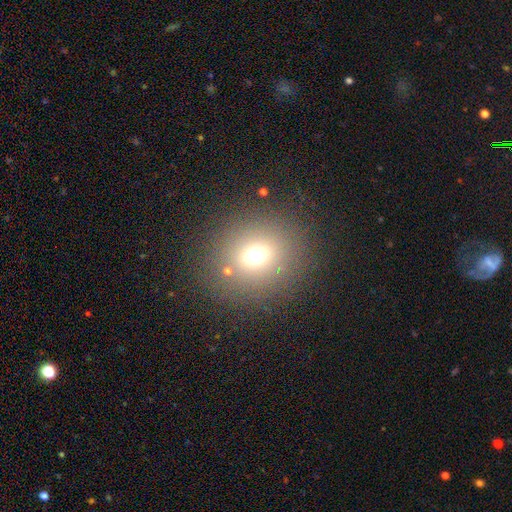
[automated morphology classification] Q: Smooth or featured?
A: smooth (68%); runner-up: star or artifact (20%)
Q: How rounded?
A: round (75%); runner-up: in between (24%)
Q: Merging?
A: none (83%); runner-up: minor disturbance (8%)